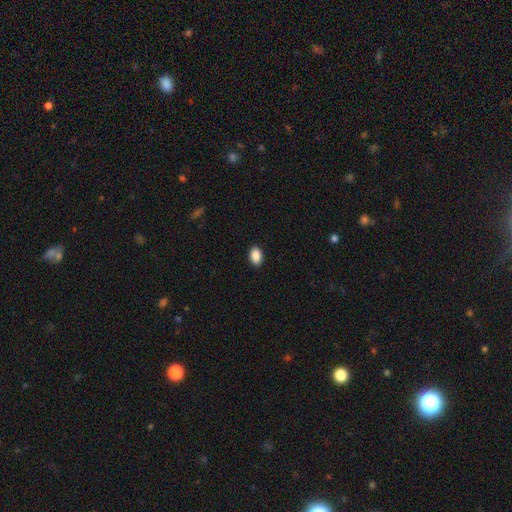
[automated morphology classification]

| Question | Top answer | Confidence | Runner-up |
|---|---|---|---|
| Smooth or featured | smooth | 89% | star or artifact (8%) |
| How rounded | in between | 88% | round (10%) |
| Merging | none | 90% | minor disturbance (7%) |